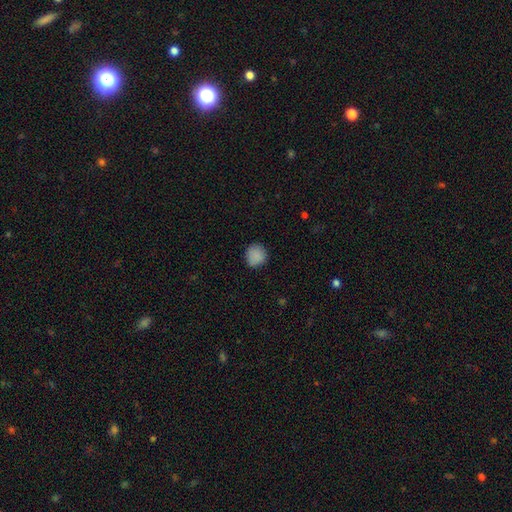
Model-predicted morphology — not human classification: smooth-or-featured: smooth: 88% | star or artifact: 9% | featured or disk: 4%
  how-rounded: round: 88% | in between: 11% | cigar-shaped: 1%
  merging: none: 86% | minor disturbance: 11% | major disturbance: 2% | merger: 1%